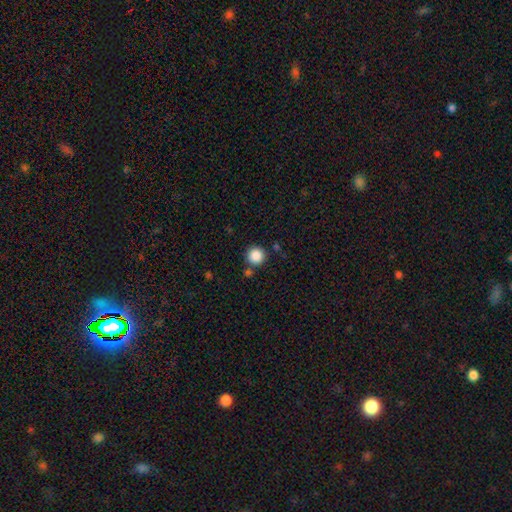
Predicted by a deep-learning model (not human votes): Q: Smooth or featured?
A: smooth (87%); runner-up: star or artifact (9%)
Q: How rounded?
A: round (95%); runner-up: in between (4%)
Q: Merging?
A: none (83%); runner-up: merger (7%)